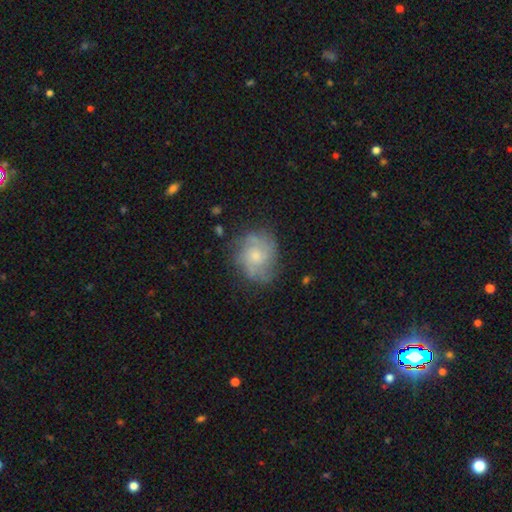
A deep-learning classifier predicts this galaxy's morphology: Smooth or featured?
  - featured or disk: 66% *
  - smooth: 26%
  - star or artifact: 8%
Edge-on disk?
  - no: 98% *
  - yes: 2%
Bar?
  - no: 77% *
  - weak: 21%
  - strong: 2%
Spiral arms?
  - yes: 88% *
  - no: 12%
Spiral winding?
  - medium: 43% *
  - tight: 38%
  - loose: 19%
Spiral arm count?
  - can't tell: 31% *
  - 3: 25%
  - 2: 24%
  - 4: 10%
  - 1: 5%
  - more than 4: 5%
Bulge size?
  - small: 51% *
  - moderate: 42%
  - none: 3%
  - large: 3%
  - dominant: 1%
Merging?
  - none: 71% *
  - minor disturbance: 19%
  - major disturbance: 8%
  - merger: 2%